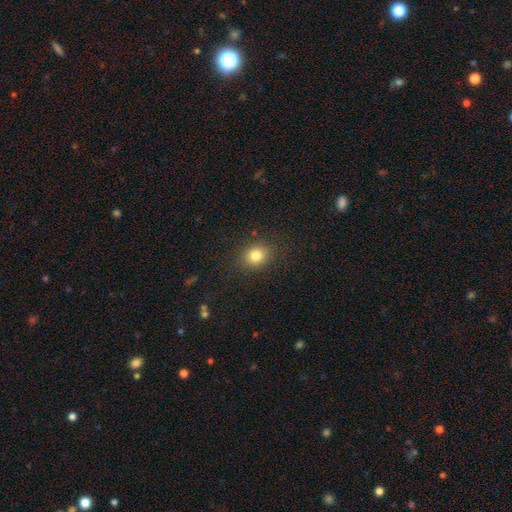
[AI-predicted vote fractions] Smooth or featured: smooth — 81% (star or artifact — 12%)
How rounded: round — 65% (in between — 34%)
Merging: none — 87% (minor disturbance — 9%)